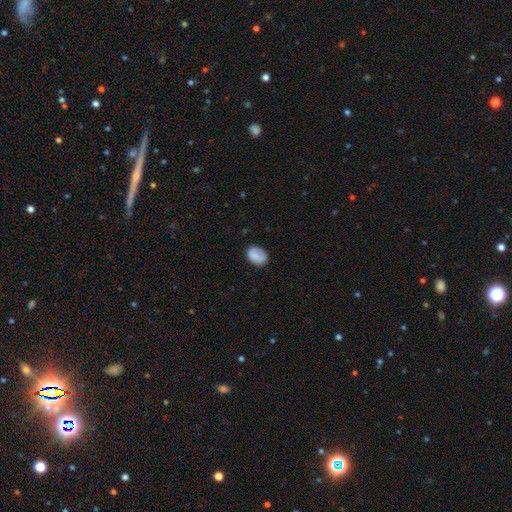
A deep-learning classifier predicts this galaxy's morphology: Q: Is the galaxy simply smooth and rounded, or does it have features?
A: smooth — 80%.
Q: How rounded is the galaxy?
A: in between — 70%.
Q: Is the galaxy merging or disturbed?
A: none — 76%.